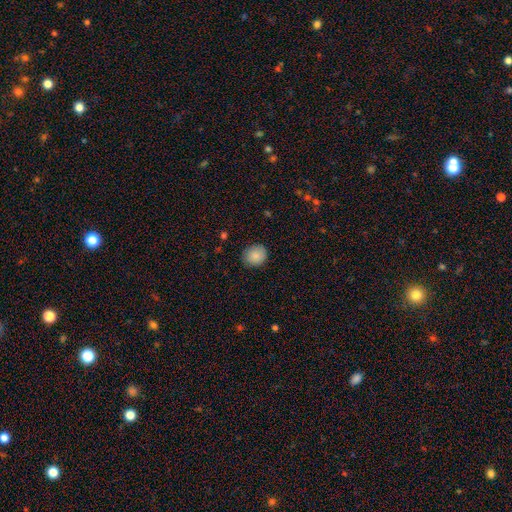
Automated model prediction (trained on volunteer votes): Smooth or featured? smooth (87%)
How rounded? round (74%)
Merging? none (85%)